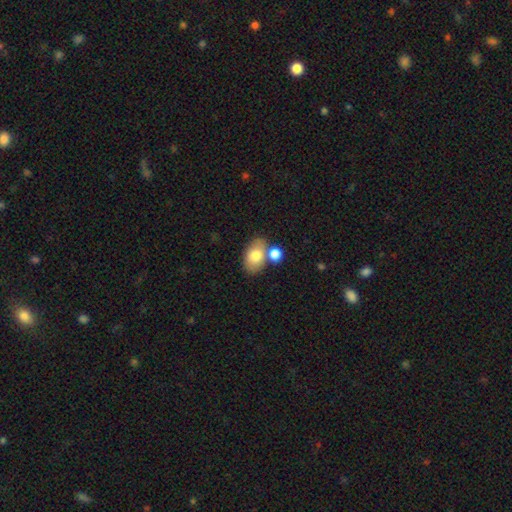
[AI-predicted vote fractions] A smooth galaxy with no disk features (78%) that is in between round and cigar-shaped (86%).

Vote fractions:
- Smooth or featured? smooth: 78% / featured or disk: 15% / star or artifact: 7%
- How rounded? in between: 86% / round: 12% / cigar-shaped: 1%
- Merging? none: 61% / merger: 23% / minor disturbance: 13% / major disturbance: 4%